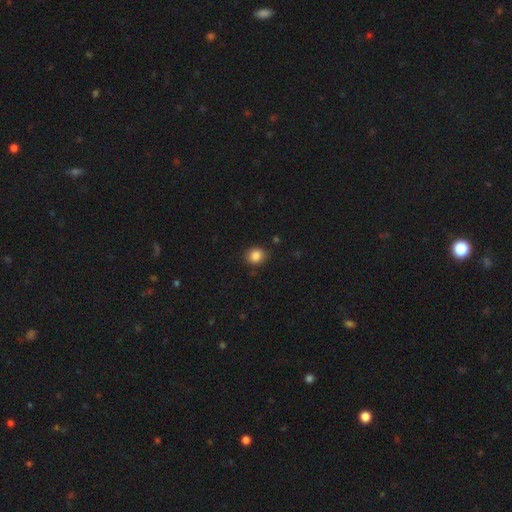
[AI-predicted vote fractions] Smooth or featured? smooth (86%)
How rounded? round (76%)
Merging? none (88%)